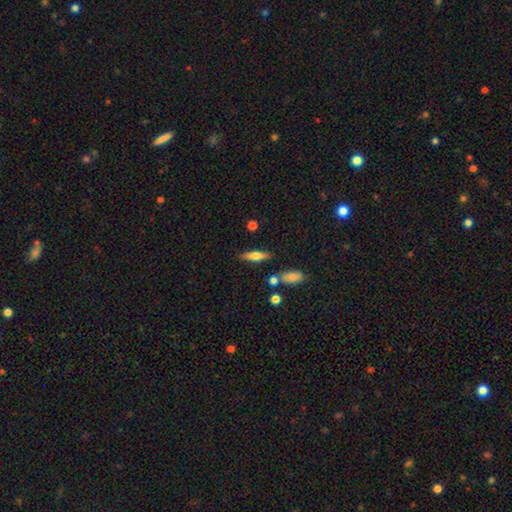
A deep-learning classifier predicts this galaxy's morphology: Smooth or featured?
  - smooth: 52% *
  - featured or disk: 41%
  - star or artifact: 7%
How rounded?
  - cigar-shaped: 63% *
  - in between: 34%
  - round: 3%
Merging?
  - none: 81% *
  - minor disturbance: 10%
  - merger: 6%
  - major disturbance: 3%